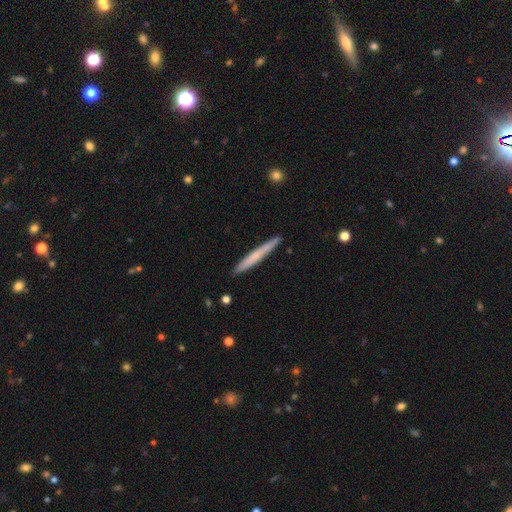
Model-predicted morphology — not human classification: Smooth or featured? smooth (61%)
How rounded? cigar-shaped (97%)
Merging? none (90%)